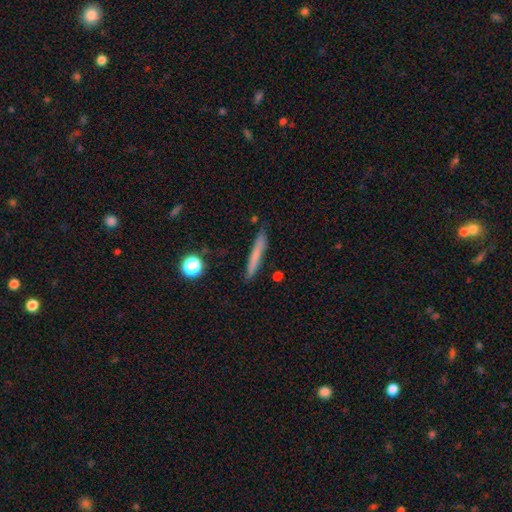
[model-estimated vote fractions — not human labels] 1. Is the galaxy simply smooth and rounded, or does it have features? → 68% smooth, 24% featured or disk, 8% star or artifact.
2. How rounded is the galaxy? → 95% cigar-shaped, 3% in between, 2% round.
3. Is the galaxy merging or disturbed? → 87% none, 9% minor disturbance, 2% merger, 2% major disturbance.